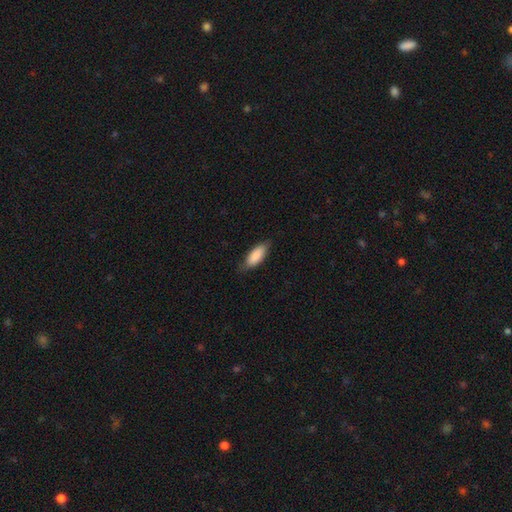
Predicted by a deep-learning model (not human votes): The model was most divided on "how rounded": in between: 77%, cigar-shaped: 21%, round: 2%. More confident: smooth or featured — smooth (86%); merging — none (76%).